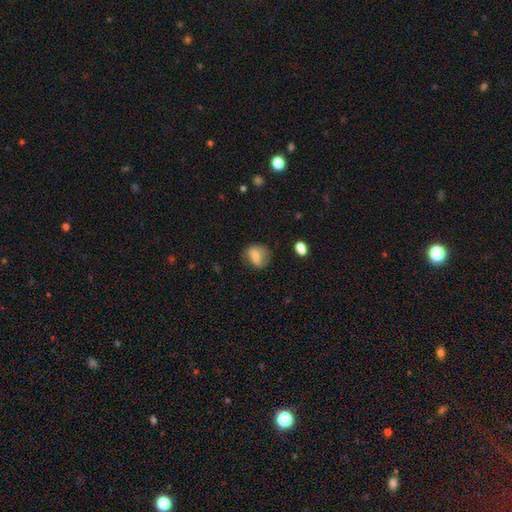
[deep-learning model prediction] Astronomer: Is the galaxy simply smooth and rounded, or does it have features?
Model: smooth — 65%.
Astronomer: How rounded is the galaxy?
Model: round — 56% (runner-up: in between, 42%).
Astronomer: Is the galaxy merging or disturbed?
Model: none — 57%.